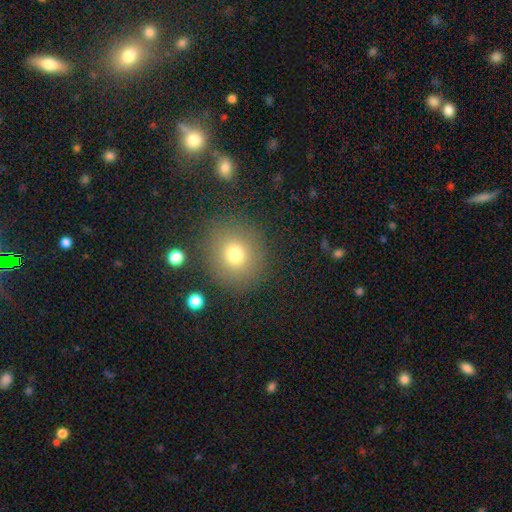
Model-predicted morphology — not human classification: This appears to be a smooth galaxy with no disk features (63%) that is round (88%). Merging: none (88%).